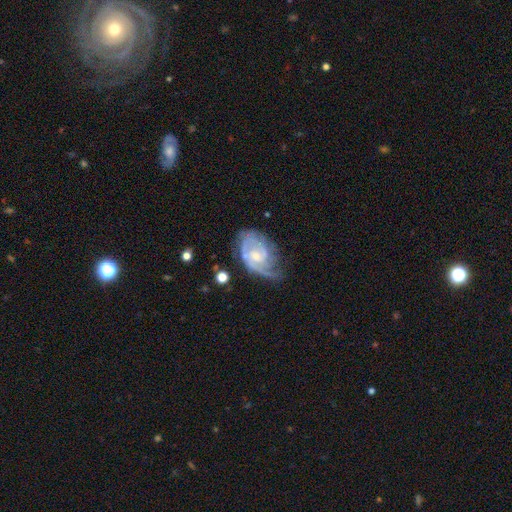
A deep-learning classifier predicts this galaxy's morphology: Smooth or featured? Predicted: featured or disk (p=0.85). Edge-on disk? Predicted: no (p=0.97). Bar? Predicted: no (p=0.52). Spiral arms? Predicted: yes (p=0.94). Spiral winding? Predicted: tight (p=0.50). Spiral arm count? Predicted: 2 (p=0.49). Bulge size? Predicted: small (p=0.50). Merging? Predicted: none (p=0.52).